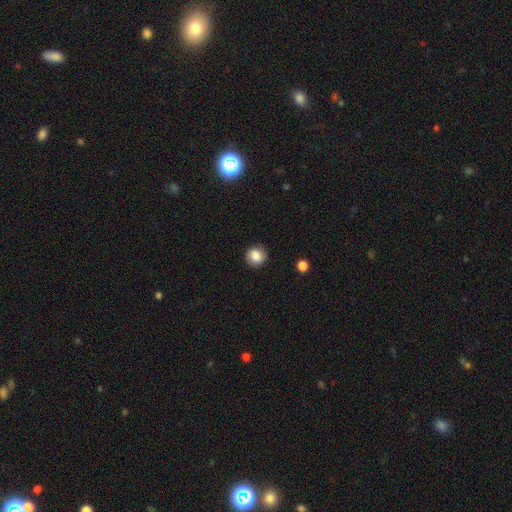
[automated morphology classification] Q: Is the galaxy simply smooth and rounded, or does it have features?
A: smooth — 85%.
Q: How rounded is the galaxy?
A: round — 90%.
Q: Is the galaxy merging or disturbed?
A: none — 89%.